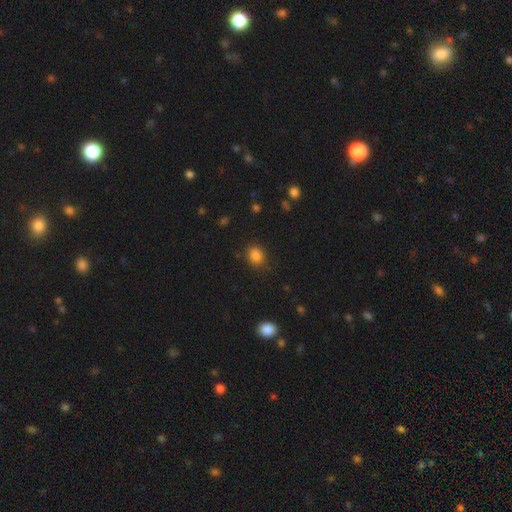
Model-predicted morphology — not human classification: This is clearly a smooth galaxy (84%). How rounded: possibly round (54%). Merging: likely none (79%).